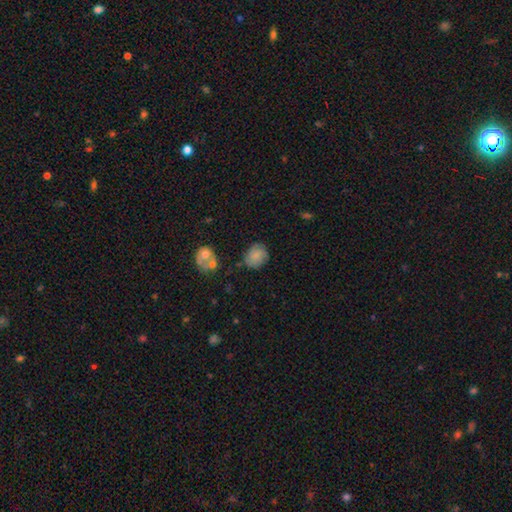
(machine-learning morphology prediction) smooth 80%, featured or disk 12%, star or artifact 8%. Down the decision tree: how rounded — round (66%); merging — none (70%).